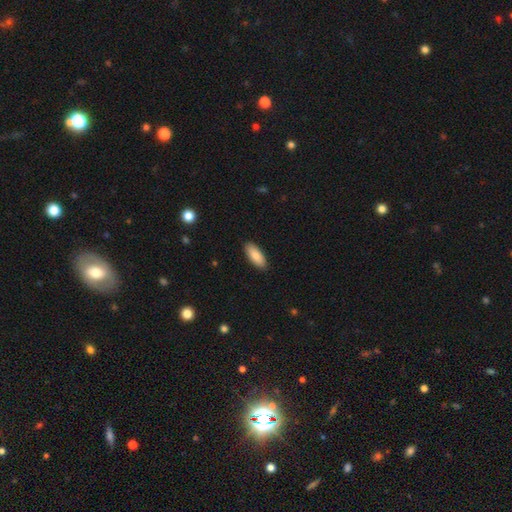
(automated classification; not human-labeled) Q: Smooth or featured?
A: smooth (86%); runner-up: featured or disk (8%)
Q: How rounded?
A: in between (79%); runner-up: cigar-shaped (20%)
Q: Merging?
A: none (89%); runner-up: minor disturbance (8%)